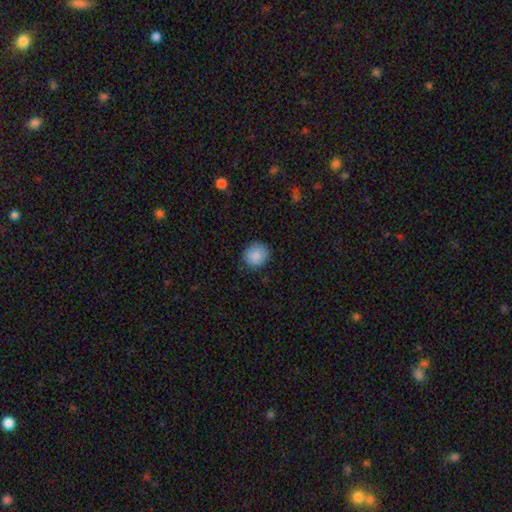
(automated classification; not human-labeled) This is clearly a smooth galaxy (88%). How rounded: clearly round (87%). Merging: clearly none (86%).